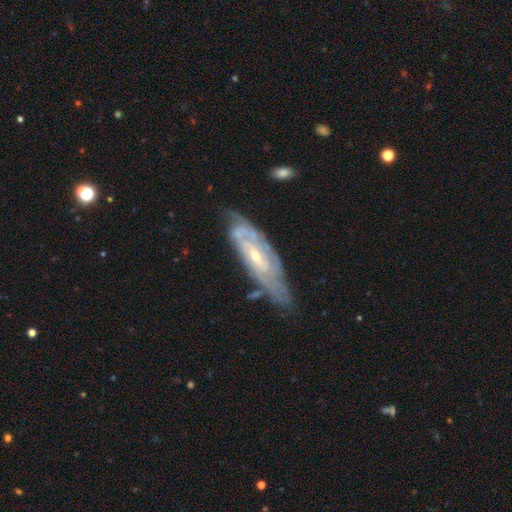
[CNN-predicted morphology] A featured or disk galaxy (84%) with no bar (47%), tight (68%) spiral arms (91%) and a small central bulge (65%). Merging: none (64%).